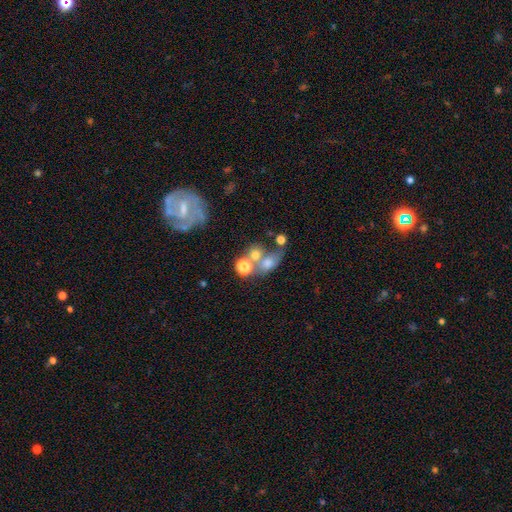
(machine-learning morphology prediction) Smooth or featured: smooth — 59% (featured or disk — 25%)
How rounded: round — 64% (in between — 33%)
Merging: merger — 48% (none — 31%)